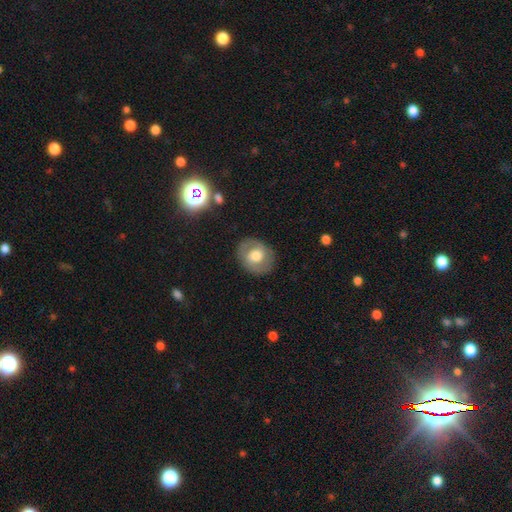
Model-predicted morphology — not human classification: featured or disk 47%, smooth 46%, star or artifact 7%. Down the decision tree: merging — none (83%).